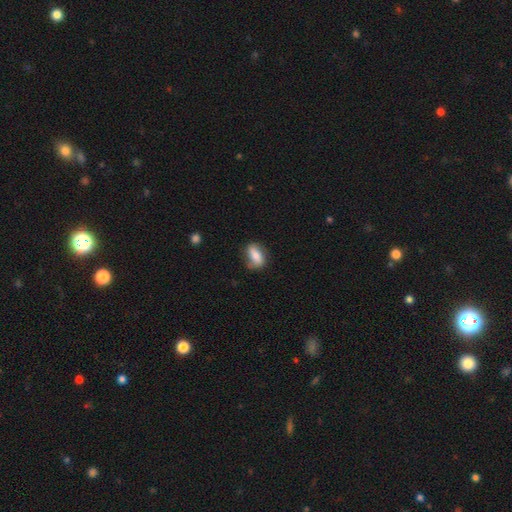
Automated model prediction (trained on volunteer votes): smooth-or-featured: smooth: 67% | featured or disk: 26% | star or artifact: 7%
  how-rounded: in between: 79% | cigar-shaped: 11% | round: 10%
  merging: none: 69% | minor disturbance: 22% | major disturbance: 6% | merger: 2%